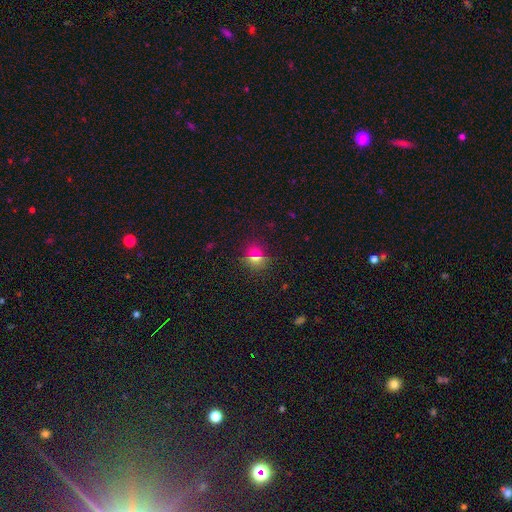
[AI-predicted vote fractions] smooth_or_featured: smooth (p=0.59) [alt: star or artifact p=0.30]
how_rounded: round (p=0.78) [alt: in between p=0.20]
merging: none (p=0.75) [alt: minor disturbance p=0.12]